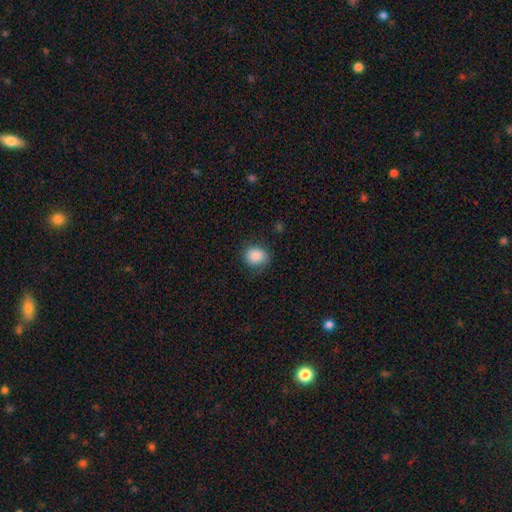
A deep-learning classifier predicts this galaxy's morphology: Smooth or featured?
  - smooth: 85% *
  - star or artifact: 8%
  - featured or disk: 7%
How rounded?
  - round: 63% *
  - in between: 37%
  - cigar-shaped: 1%
Merging?
  - none: 76% *
  - minor disturbance: 18%
  - major disturbance: 5%
  - merger: 1%